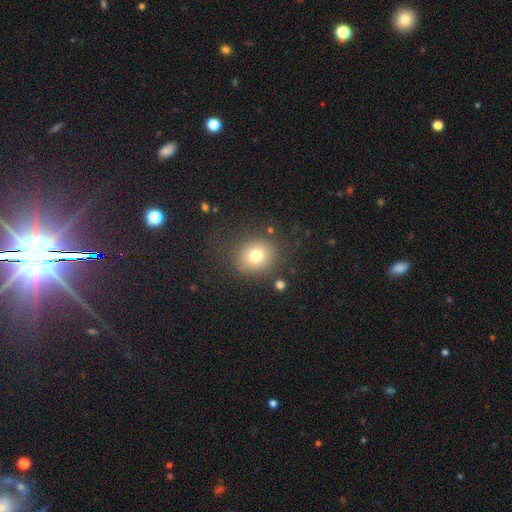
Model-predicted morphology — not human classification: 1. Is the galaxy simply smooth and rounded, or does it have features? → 75% smooth, 13% star or artifact, 12% featured or disk.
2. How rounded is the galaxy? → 76% round, 23% in between, 1% cigar-shaped.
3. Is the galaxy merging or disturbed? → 79% none, 11% minor disturbance, 6% major disturbance, 3% merger.